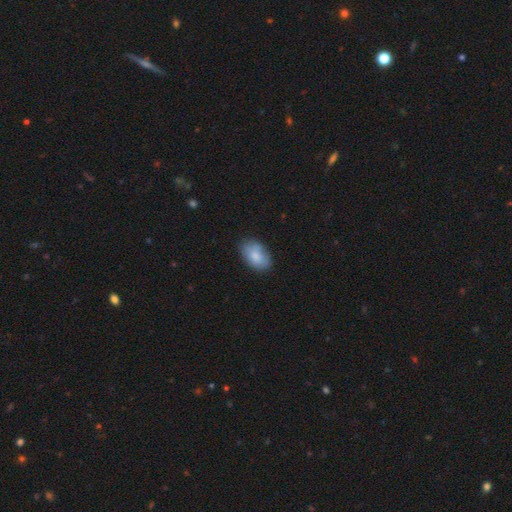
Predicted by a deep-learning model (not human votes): The model was most divided on "merging": none: 79%, minor disturbance: 16%, major disturbance: 3%, merger: 1%. More confident: how rounded — in between (90%); smooth or featured — smooth (83%).